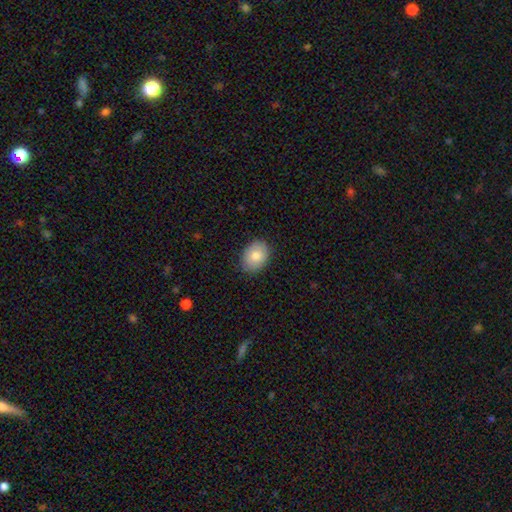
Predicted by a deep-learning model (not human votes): This is clearly a smooth galaxy (81%). How rounded: likely in between (68%). Merging: clearly none (86%).